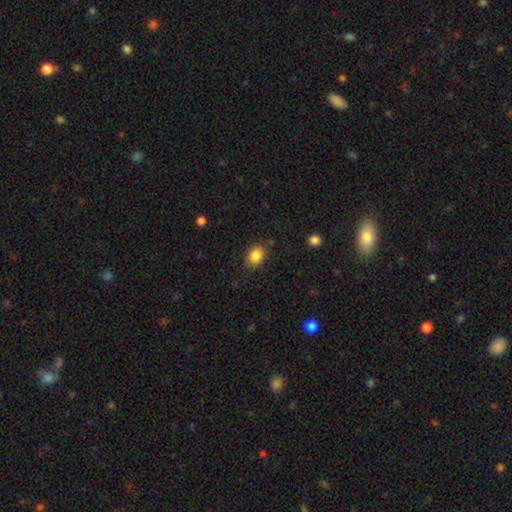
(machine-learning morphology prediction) smooth 86%, star or artifact 9%, featured or disk 5%. Down the decision tree: how rounded — in between (59%); merging — none (83%).